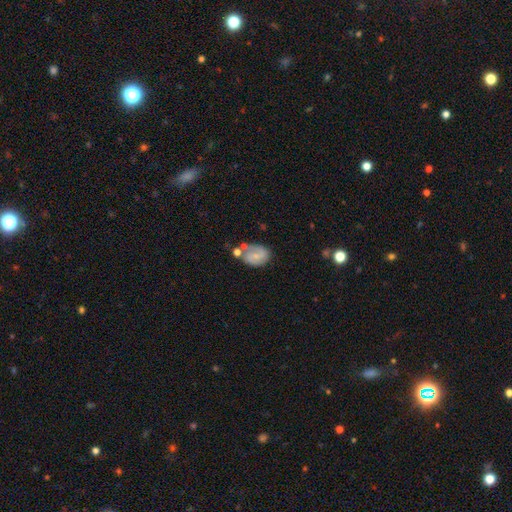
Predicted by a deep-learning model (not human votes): smooth_or_featured: featured or disk (p=0.54) [alt: smooth p=0.38]
disk_edge_on: no (p=0.97) [alt: yes p=0.03]
bar: no (p=0.50) [alt: weak p=0.41]
has_spiral_arms: yes (p=0.83) [alt: no p=0.17]
bulge_size: small (p=0.63) [alt: moderate p=0.19]
merging: none (p=0.46) [alt: minor disturbance p=0.23]